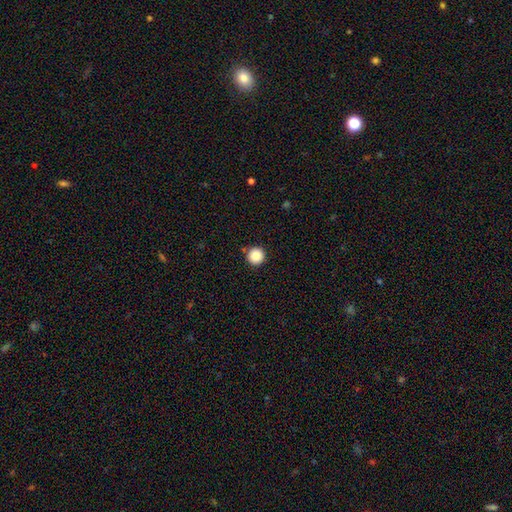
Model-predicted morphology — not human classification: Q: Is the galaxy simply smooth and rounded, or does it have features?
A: smooth — 88%.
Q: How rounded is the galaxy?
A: round — 96%.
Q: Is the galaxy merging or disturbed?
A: none — 89%.